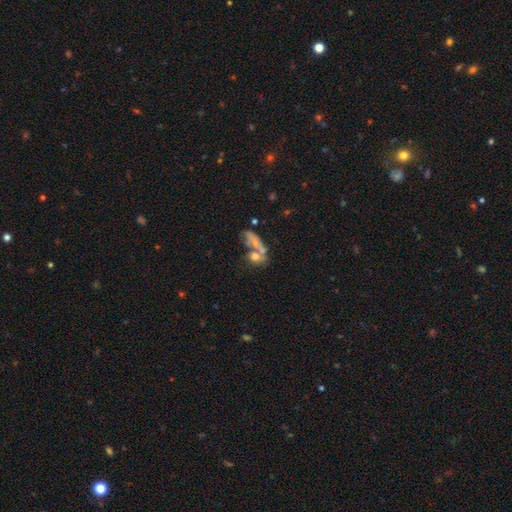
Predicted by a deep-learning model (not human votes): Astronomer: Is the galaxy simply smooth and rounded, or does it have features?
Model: smooth — 38% (runner-up: featured or disk, 36%).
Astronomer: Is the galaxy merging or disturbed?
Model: none — 39% (runner-up: merger, 36%).